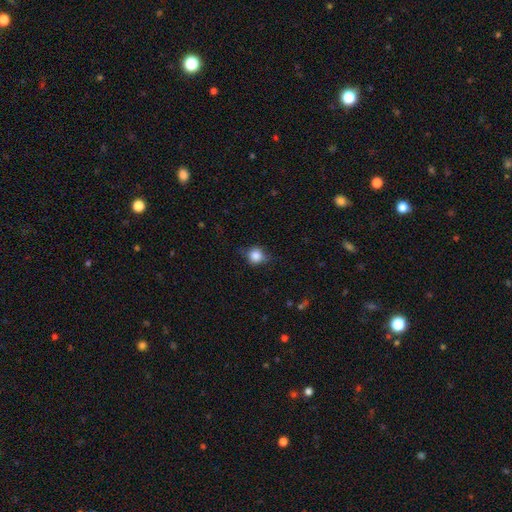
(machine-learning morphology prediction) Smooth or featured: smooth — 81% (star or artifact — 10%)
How rounded: round — 86% (in between — 13%)
Merging: none — 70% (minor disturbance — 23%)